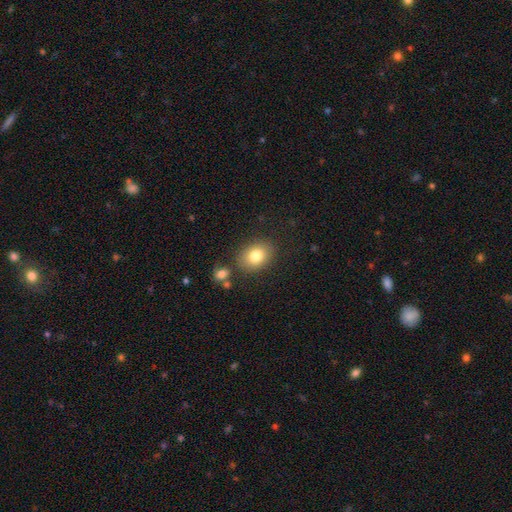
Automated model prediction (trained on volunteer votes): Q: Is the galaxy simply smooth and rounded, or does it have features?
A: smooth — 80%.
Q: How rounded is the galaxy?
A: in between — 61%.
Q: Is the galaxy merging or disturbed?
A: none — 81%.